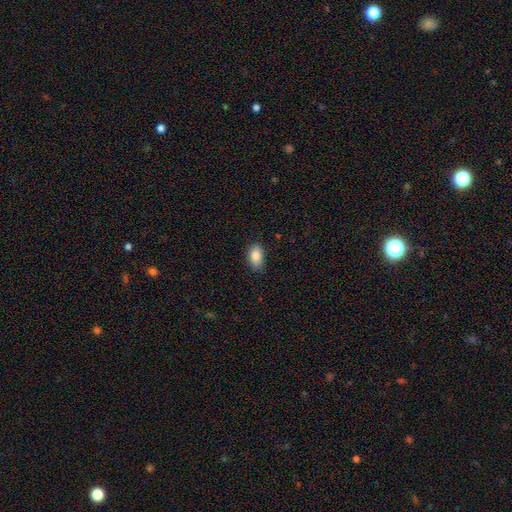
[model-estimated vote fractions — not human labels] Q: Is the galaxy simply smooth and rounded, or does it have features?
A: smooth — 86%.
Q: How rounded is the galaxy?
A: in between — 91%.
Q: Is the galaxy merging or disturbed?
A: none — 83%.